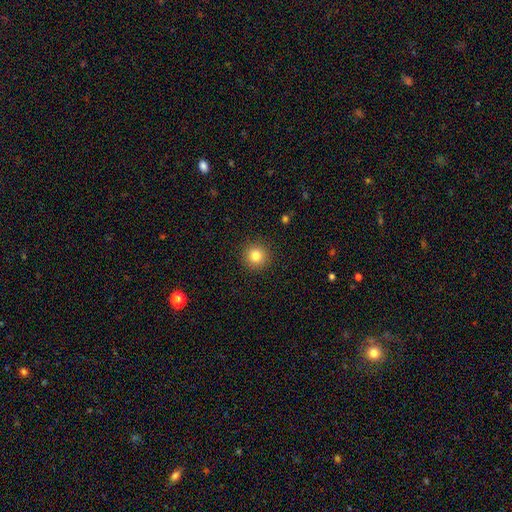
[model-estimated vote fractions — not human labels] This is clearly a smooth galaxy (82%). How rounded: clearly round (94%). Merging: clearly none (91%).